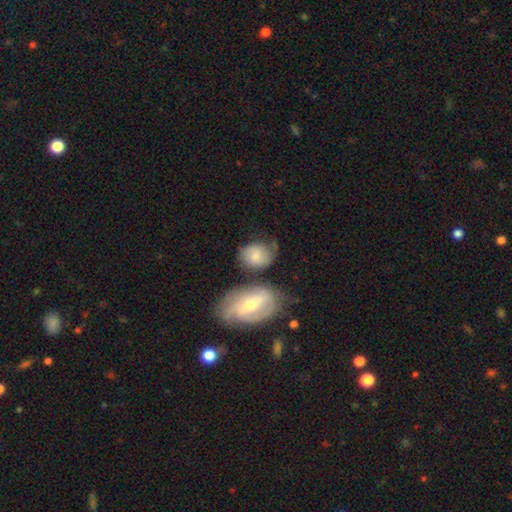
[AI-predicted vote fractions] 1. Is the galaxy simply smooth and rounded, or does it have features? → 65% smooth, 27% featured or disk, 8% star or artifact.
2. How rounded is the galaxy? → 50% in between, 49% round, 2% cigar-shaped.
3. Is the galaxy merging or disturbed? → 50% none, 23% minor disturbance, 18% merger, 10% major disturbance.